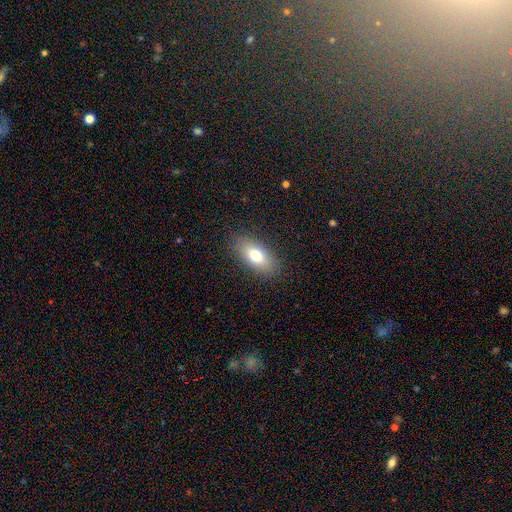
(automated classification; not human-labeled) smooth-or-featured: smooth: 75% | featured or disk: 17% | star or artifact: 8%
  how-rounded: in between: 85% | cigar-shaped: 11% | round: 4%
  merging: none: 87% | minor disturbance: 9% | major disturbance: 3% | merger: 1%